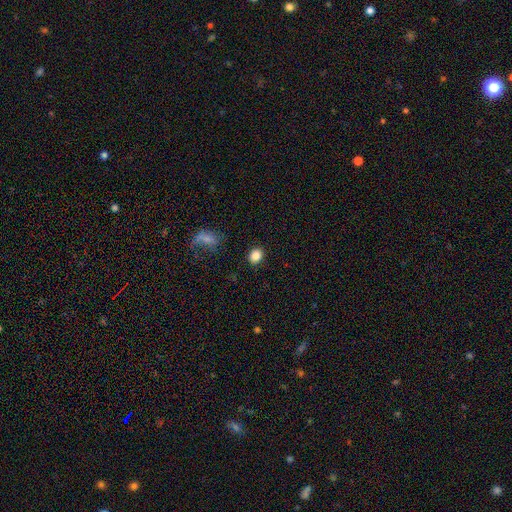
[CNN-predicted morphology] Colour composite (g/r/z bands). It shows a smooth galaxy with no disk features (86%) that is in between round and cigar-shaped (53%). Merging: none (89%).